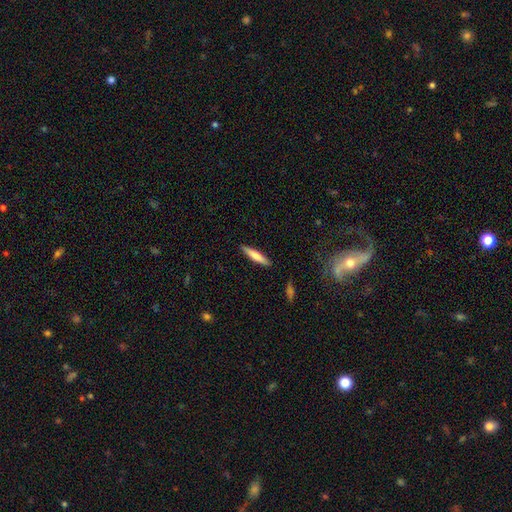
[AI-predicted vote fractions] Smooth or featured? Predicted: smooth (p=0.69). How rounded? Predicted: cigar-shaped (p=0.86). Merging? Predicted: none (p=0.89).